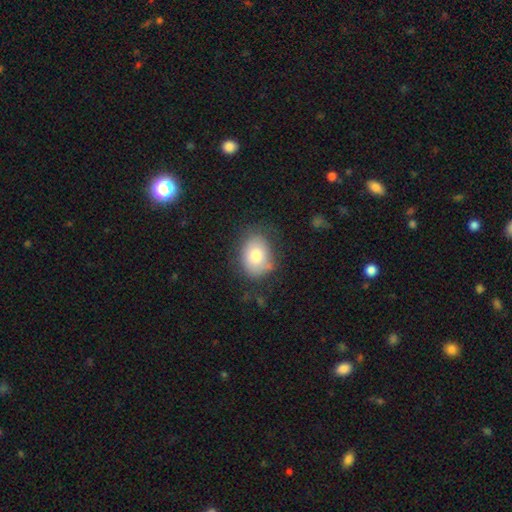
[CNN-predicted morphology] smooth_or_featured: smooth (p=0.78) [alt: featured or disk p=0.14]
how_rounded: in between (p=0.66) [alt: round p=0.33]
merging: none (p=0.68) [alt: minor disturbance p=0.23]